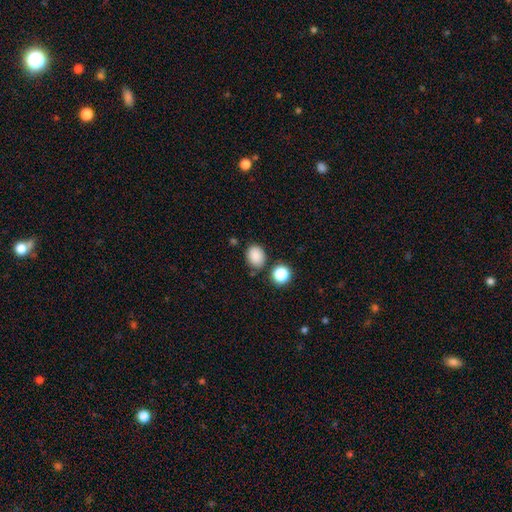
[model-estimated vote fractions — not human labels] Q: Smooth or featured?
A: smooth (86%); runner-up: star or artifact (10%)
Q: How rounded?
A: in between (59%); runner-up: round (40%)
Q: Merging?
A: none (77%); runner-up: minor disturbance (13%)